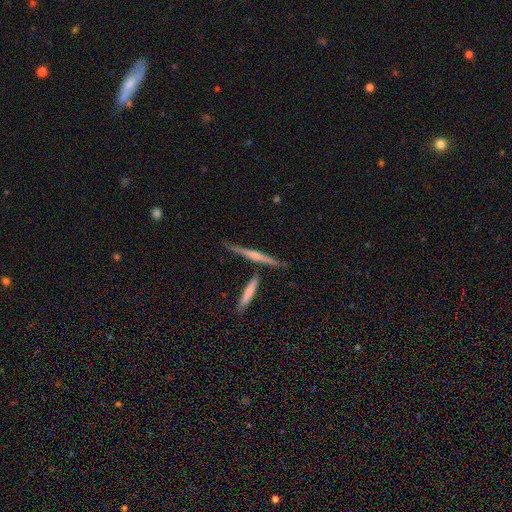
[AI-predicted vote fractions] A featured or disk galaxy (67%) viewed edge-on (96%) with a rounded central bulge (49%).

Vote fractions:
- Smooth or featured? featured or disk: 67% / smooth: 27% / star or artifact: 7%
- Edge-on disk? yes: 96% / no: 4%
- Edge-on bulge? rounded: 49% / none: 33% / boxy: 18%
- Merging? none: 76% / merger: 11% / minor disturbance: 10% / major disturbance: 3%